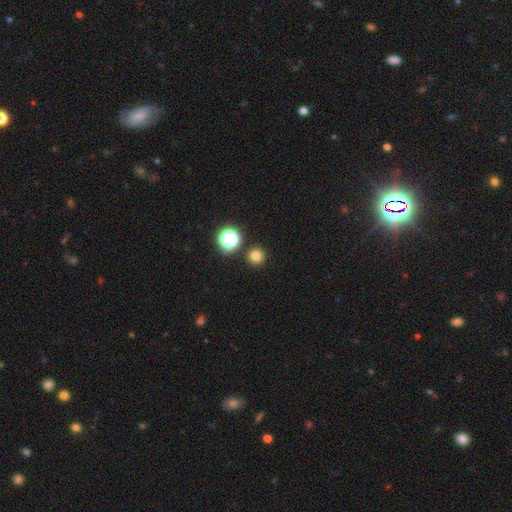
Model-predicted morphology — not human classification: A smooth galaxy with no disk features (77%) that is round (95%). Merging: none (90%).